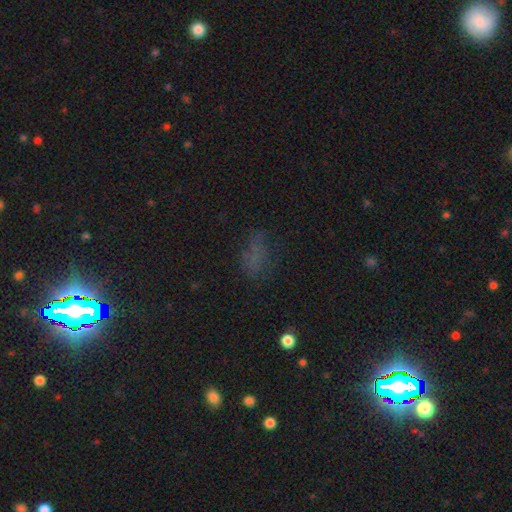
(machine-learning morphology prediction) smooth_or_featured: smooth (p=0.54) [alt: star or artifact p=0.33]
how_rounded: in between (p=0.79) [alt: round p=0.11]
merging: none (p=0.59) [alt: minor disturbance p=0.22]